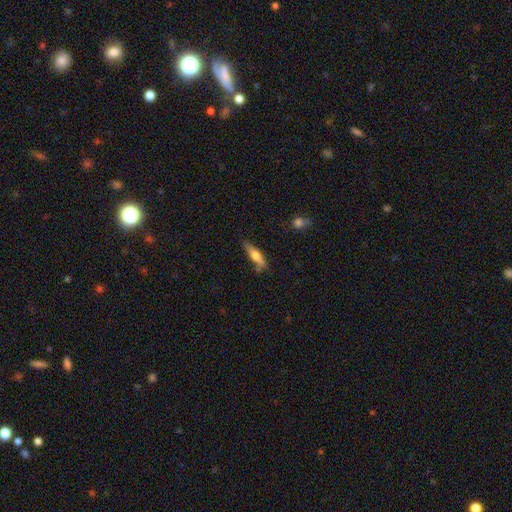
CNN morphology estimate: The model was most divided on "smooth or featured": smooth: 54%, featured or disk: 40%, star or artifact: 6%. More confident: merging — none (74%); how rounded — cigar-shaped (70%).